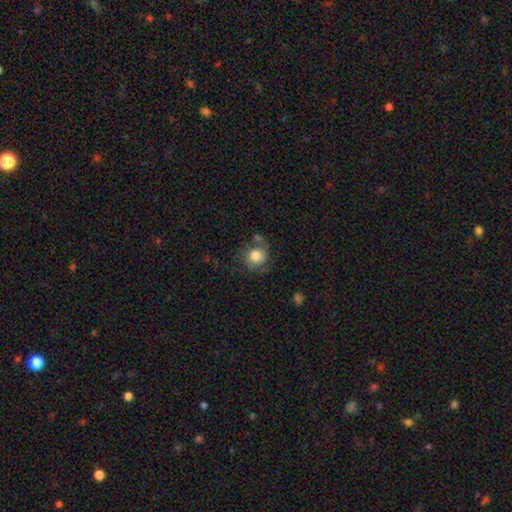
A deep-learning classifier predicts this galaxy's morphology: Smooth or featured?
  - smooth: 73% *
  - featured or disk: 18%
  - star or artifact: 9%
How rounded?
  - round: 84% *
  - in between: 15%
  - cigar-shaped: 1%
Merging?
  - none: 59% *
  - minor disturbance: 21%
  - major disturbance: 10%
  - merger: 10%